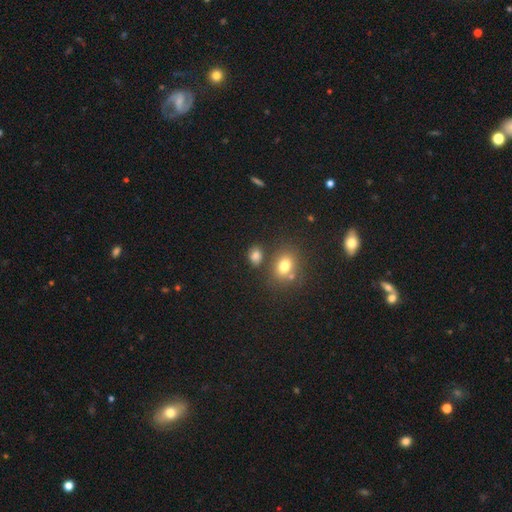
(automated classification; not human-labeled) Smooth or featured? smooth (78%)
How rounded? in between (60%)
Merging? none (67%)